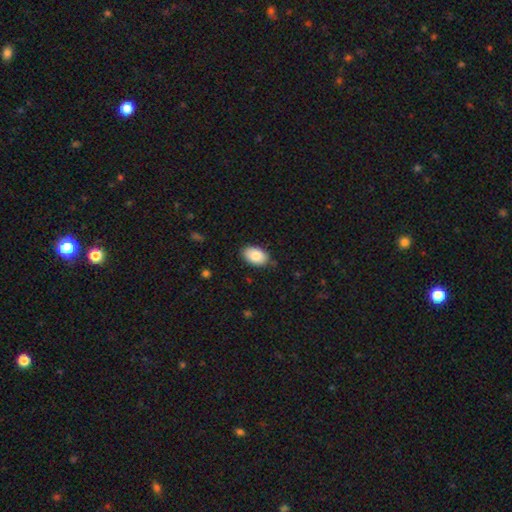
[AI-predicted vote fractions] smooth_or_featured: smooth (p=0.83) [alt: featured or disk p=0.11]
how_rounded: in between (p=0.91) [alt: round p=0.08]
merging: none (p=0.84) [alt: minor disturbance p=0.13]